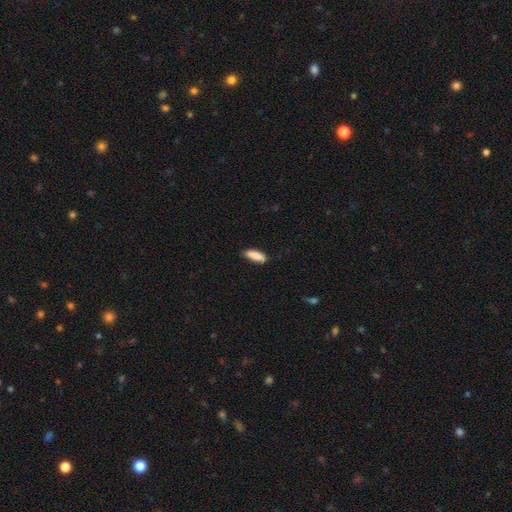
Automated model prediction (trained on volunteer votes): This appears to be a smooth galaxy with no disk features (89%) that is in between round and cigar-shaped (58%). Merging: none (82%).